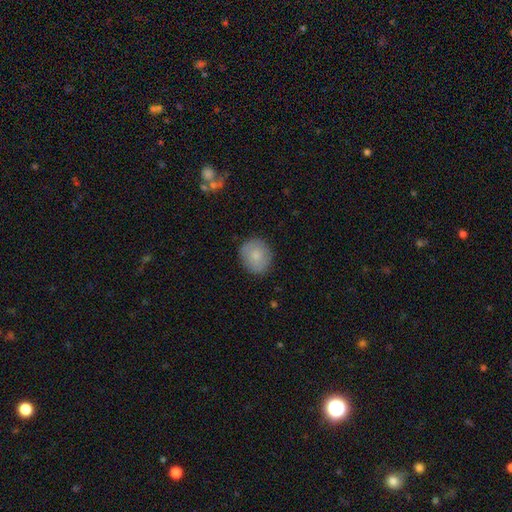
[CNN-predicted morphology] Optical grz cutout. It shows a smooth galaxy with no disk features (81%) that is round (75%). Merging: none (86%).